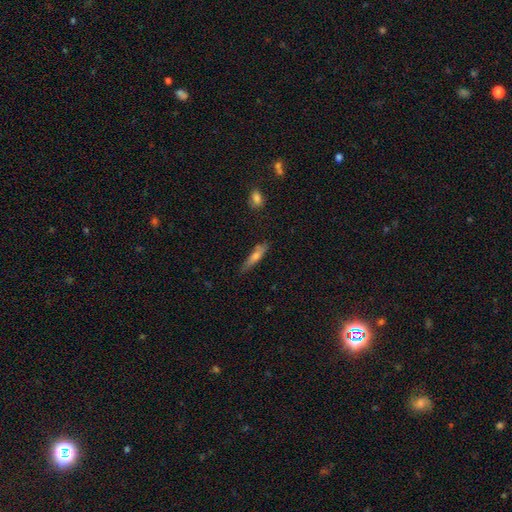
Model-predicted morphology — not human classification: smooth 61%, featured or disk 32%, star or artifact 8%. Down the decision tree: how rounded — cigar-shaped (84%); merging — none (74%).